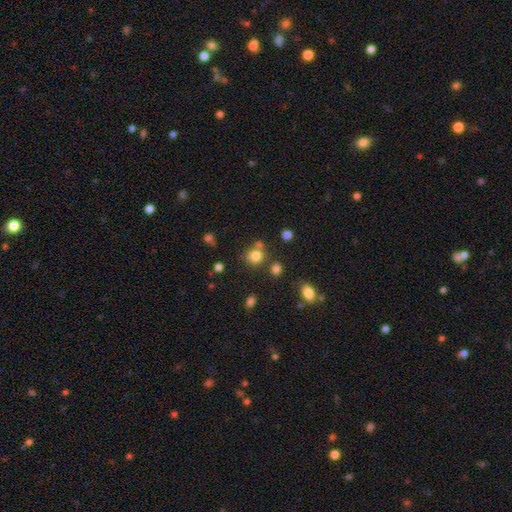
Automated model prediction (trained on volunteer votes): A smooth galaxy with no disk features (79%) that is round (82%). Merging: none (67%).